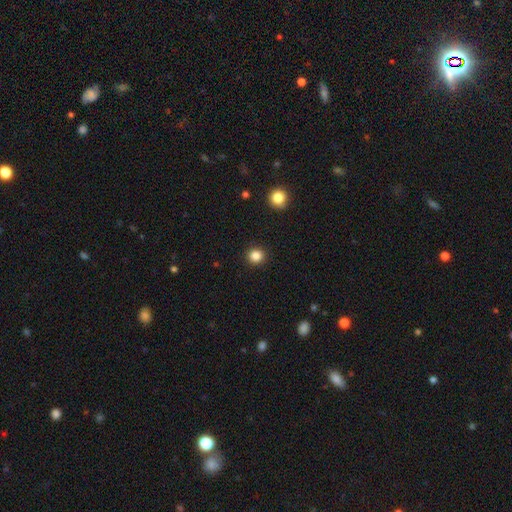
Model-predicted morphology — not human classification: Smooth or featured? Predicted: smooth (p=0.85). How rounded? Predicted: round (p=0.89). Merging? Predicted: none (p=0.92).